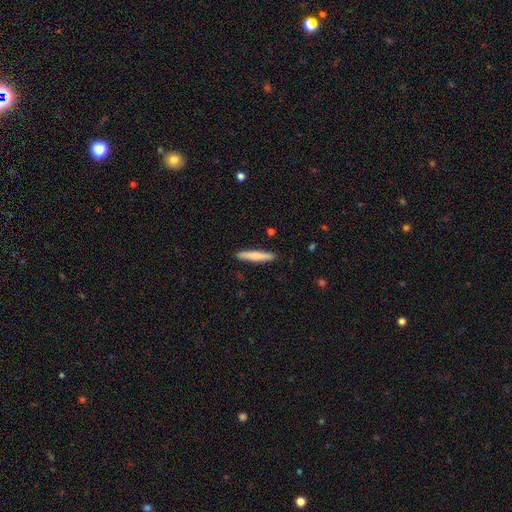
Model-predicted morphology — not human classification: smooth 71%, featured or disk 24%, star or artifact 5%. Down the decision tree: how rounded — cigar-shaped (92%); merging — none (90%).